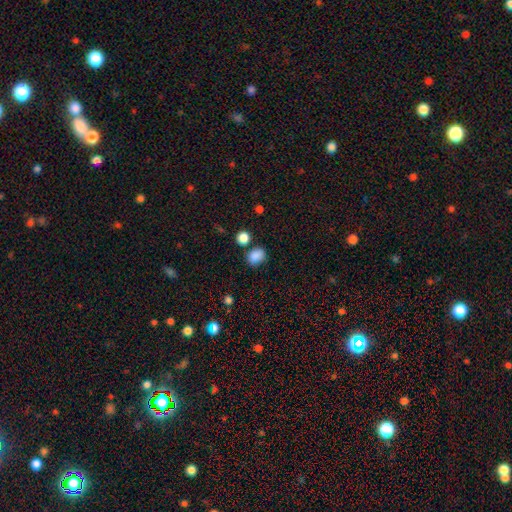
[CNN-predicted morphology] A smooth galaxy with no disk features (85%) that is in between round and cigar-shaped (56%).

Vote fractions:
- Smooth or featured? smooth: 85% / star or artifact: 11% / featured or disk: 4%
- How rounded? in between: 56% / round: 43% / cigar-shaped: 1%
- Merging? none: 73% / minor disturbance: 14% / merger: 8% / major disturbance: 4%